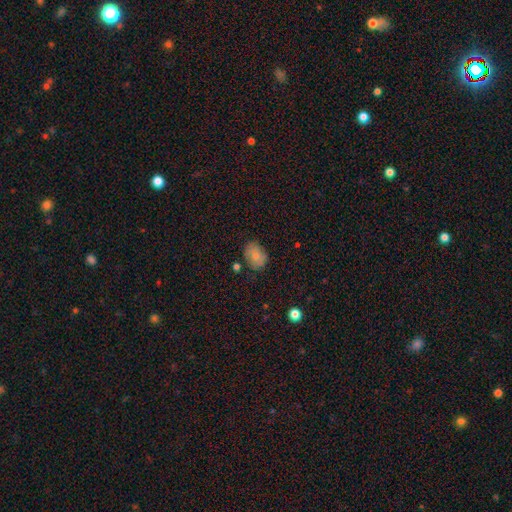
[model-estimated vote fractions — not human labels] Smooth or featured?
  - smooth: 78% *
  - featured or disk: 14%
  - star or artifact: 9%
How rounded?
  - in between: 65% *
  - round: 34%
  - cigar-shaped: 1%
Merging?
  - none: 72% *
  - minor disturbance: 20%
  - major disturbance: 5%
  - merger: 3%